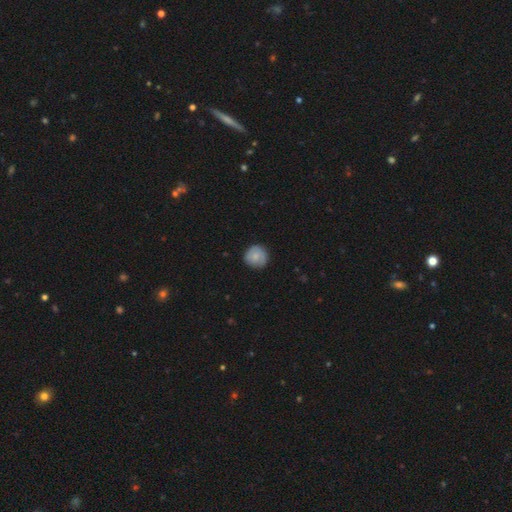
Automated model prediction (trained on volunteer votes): A smooth galaxy with no disk features (78%) that is round (93%). Merging: none (83%).